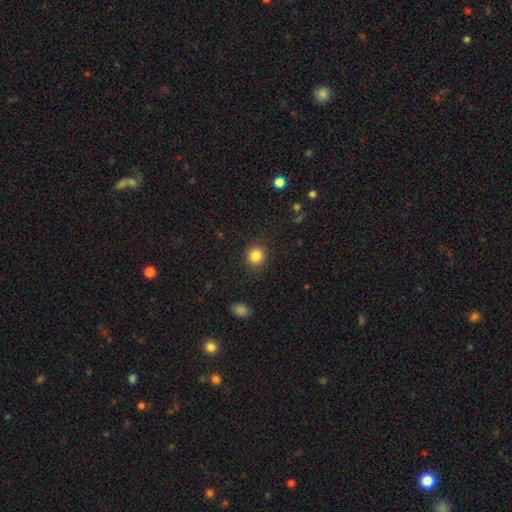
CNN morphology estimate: A smooth galaxy with no disk features (85%) that is round (90%). Merging: none (90%).